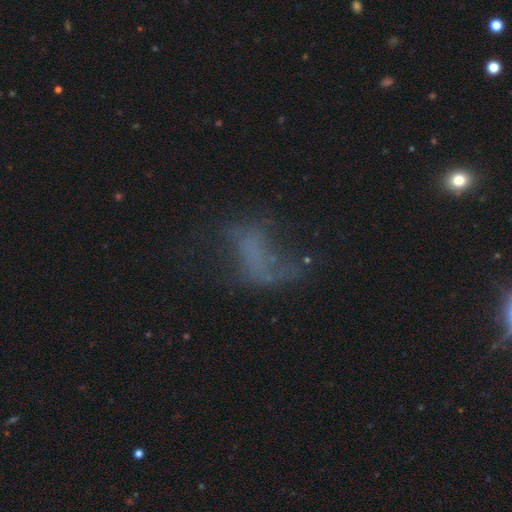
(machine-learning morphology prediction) A featured or disk galaxy (44%). Merging: major disturbance (41%).